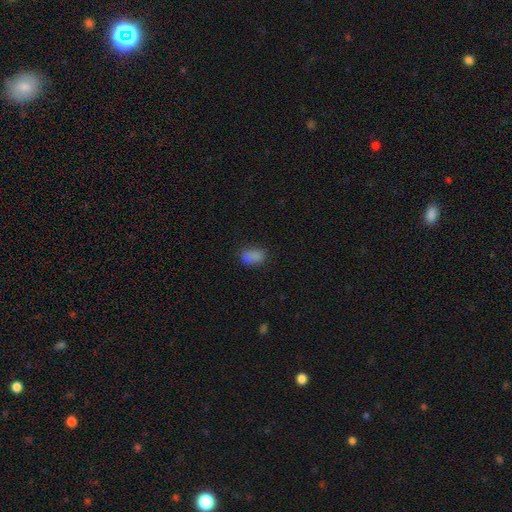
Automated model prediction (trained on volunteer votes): Smooth or featured: smooth — 84% (star or artifact — 11%)
How rounded: in between — 89% (round — 7%)
Merging: none — 78% (minor disturbance — 16%)